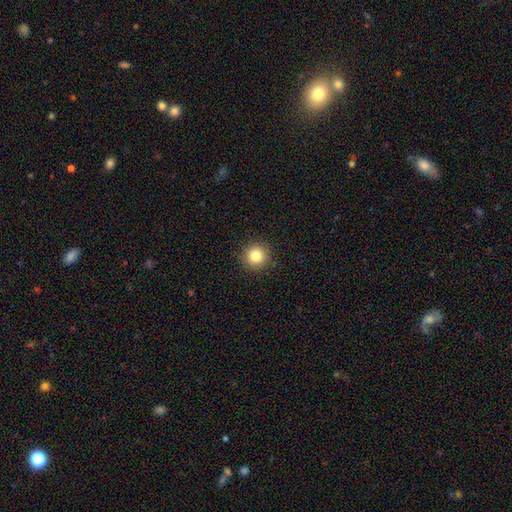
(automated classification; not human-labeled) A smooth galaxy with no disk features (82%) that is round (95%). Merging: none (92%).